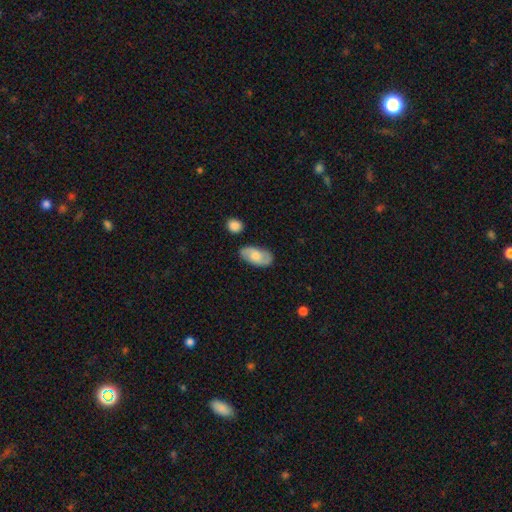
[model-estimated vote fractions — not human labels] Smooth or featured?
  - smooth: 47% *
  - featured or disk: 46%
  - star or artifact: 7%
Merging?
  - none: 78% *
  - minor disturbance: 15%
  - major disturbance: 4%
  - merger: 3%